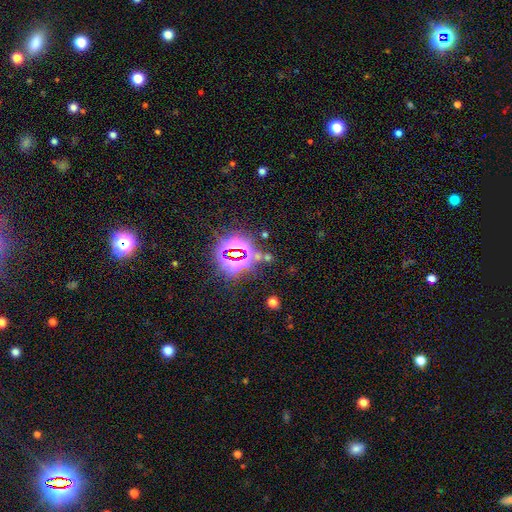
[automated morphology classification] A star or artifact, not a galaxy (79%).

Vote fractions:
- Smooth or featured? star or artifact: 79% / smooth: 13% / featured or disk: 9%